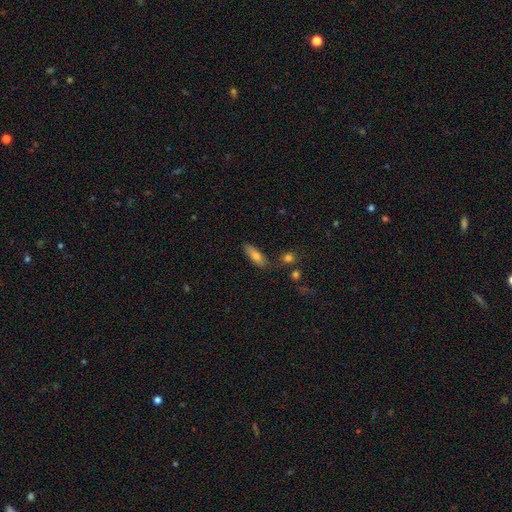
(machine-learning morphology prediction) Smooth or featured? Predicted: smooth (p=0.75). How rounded? Predicted: in between (p=0.63). Merging? Predicted: none (p=0.74).